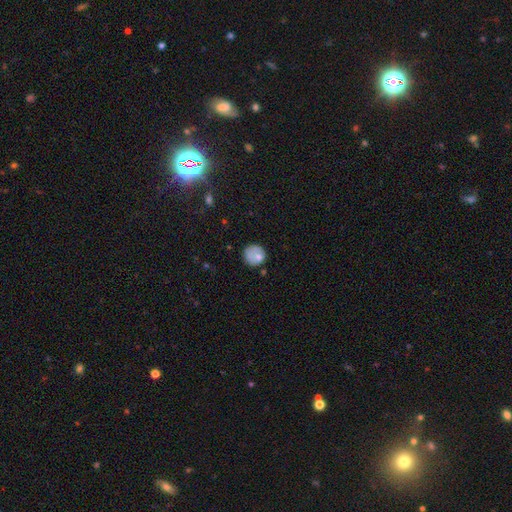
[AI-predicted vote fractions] Smooth or featured: smooth — 74% (featured or disk — 18%)
How rounded: round — 86% (in between — 13%)
Merging: none — 63% (minor disturbance — 23%)